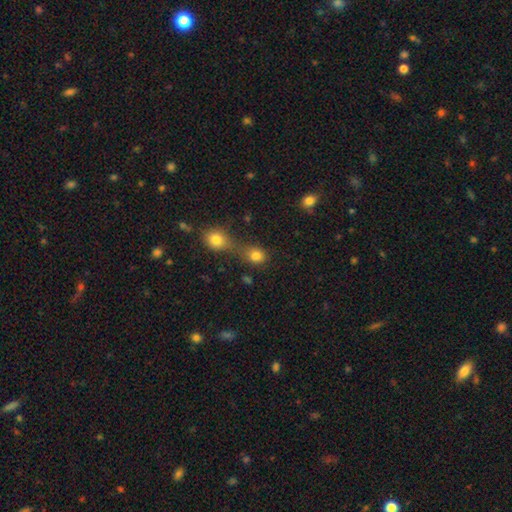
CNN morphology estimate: Smooth or featured? smooth (81%)
How rounded? round (66%)
Merging? merger (48%)